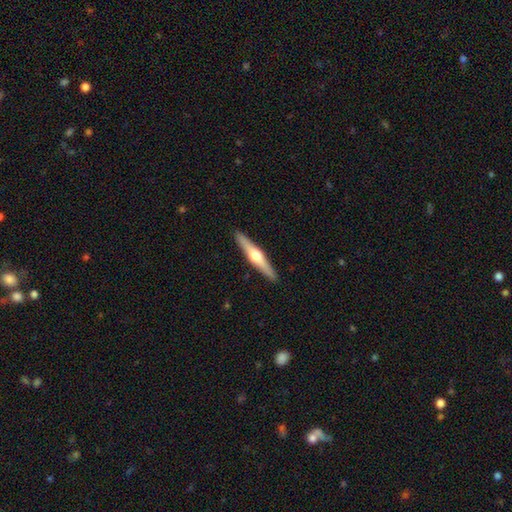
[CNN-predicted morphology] Overall: featured or disk (69%). Edge-on disk: yes (98%). Edge-on bulge: rounded (94%). Merging: none (92%).